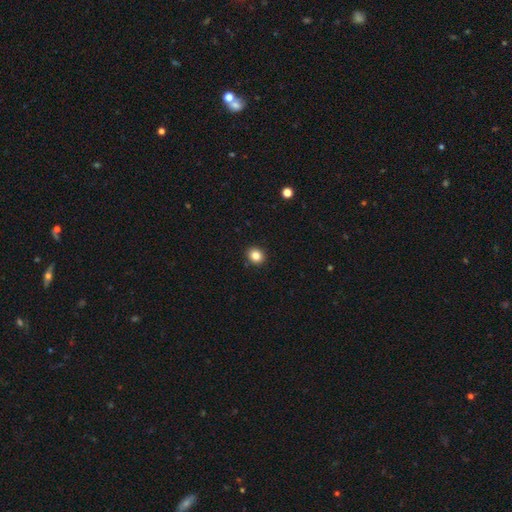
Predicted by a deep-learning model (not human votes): Morphology: type=smooth (84%); roundness=round (77%); merging=none (92%).